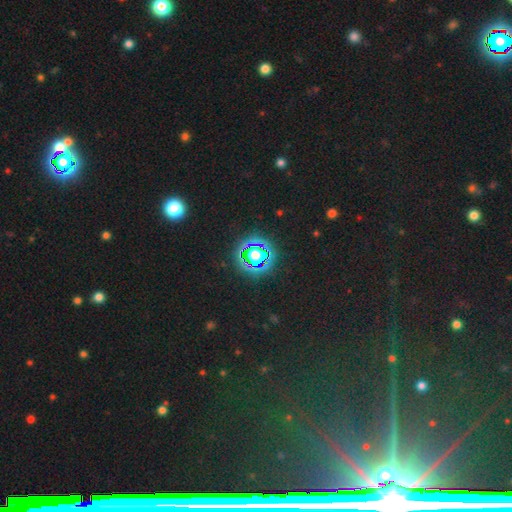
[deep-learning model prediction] Smooth or featured?
  - star or artifact: 63% *
  - smooth: 26%
  - featured or disk: 11%